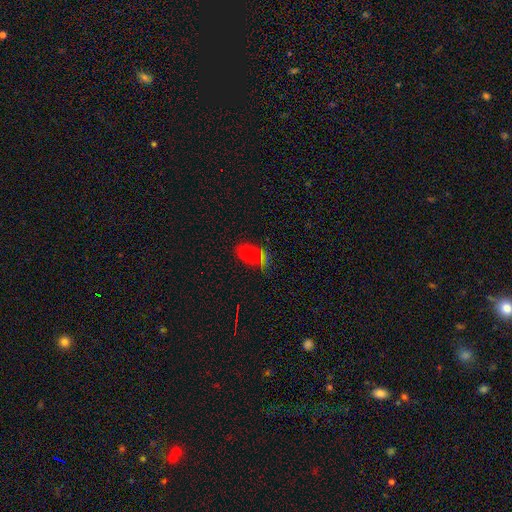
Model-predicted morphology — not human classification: smooth 62%, star or artifact 30%, featured or disk 8%. Down the decision tree: how rounded — in between (87%); merging — none (71%).